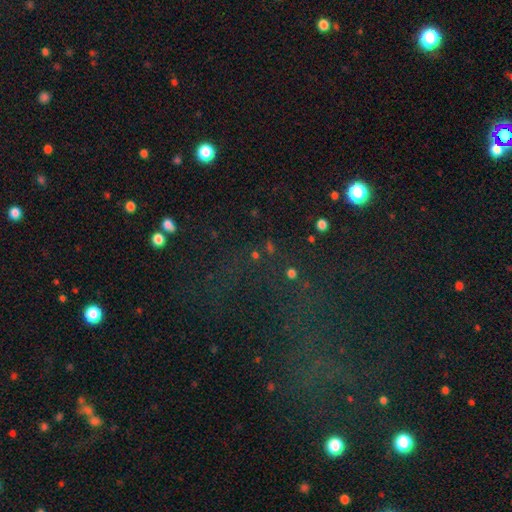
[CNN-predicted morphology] Overall: star or artifact (60%; smooth 30%).